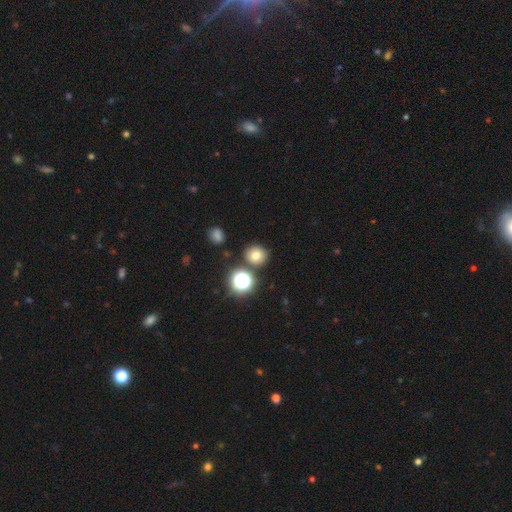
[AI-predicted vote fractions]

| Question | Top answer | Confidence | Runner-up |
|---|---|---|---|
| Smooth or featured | smooth | 72% | star or artifact (19%) |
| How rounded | round | 81% | in between (18%) |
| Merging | none | 80% | minor disturbance (9%) |